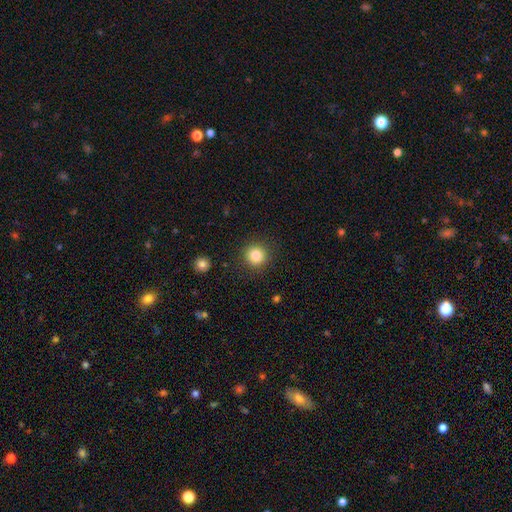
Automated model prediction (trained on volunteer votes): A smooth galaxy with no disk features (84%) that is round (94%).

Vote fractions:
- Smooth or featured? smooth: 84% / star or artifact: 11% / featured or disk: 6%
- How rounded? round: 94% / in between: 5% / cigar-shaped: 1%
- Merging? none: 90% / minor disturbance: 6% / major disturbance: 2% / merger: 1%